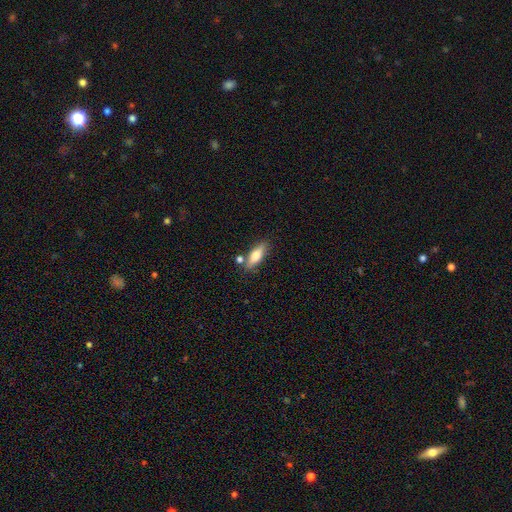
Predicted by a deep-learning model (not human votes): Morphology: type=smooth (63%); roundness=in between (55%); merging=none (73%).